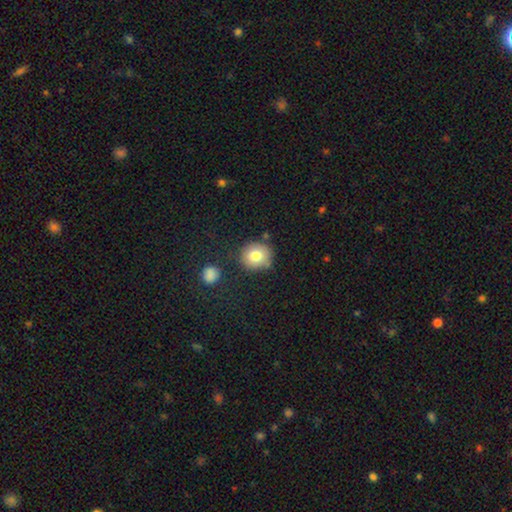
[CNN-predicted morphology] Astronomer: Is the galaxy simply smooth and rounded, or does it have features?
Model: smooth — 78%.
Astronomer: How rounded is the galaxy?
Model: round — 88%.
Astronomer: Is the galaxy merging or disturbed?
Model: none — 79%.